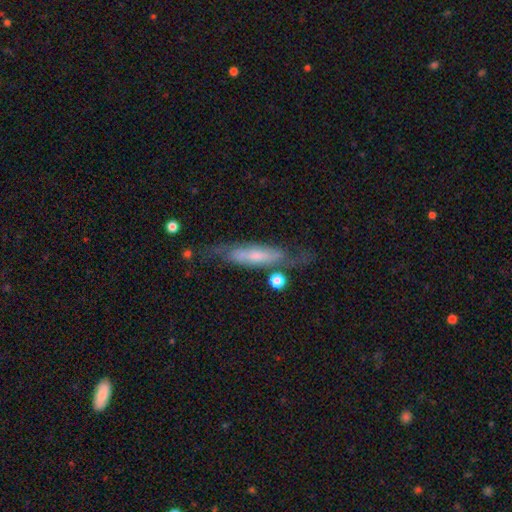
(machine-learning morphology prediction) This appears to be a featured or disk galaxy (62%). Merging: none (61%).